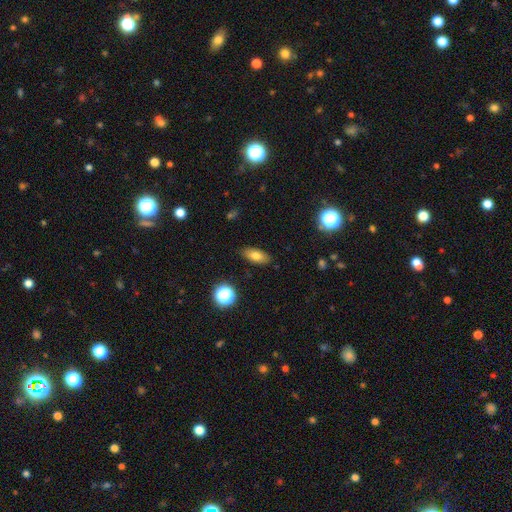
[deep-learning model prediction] A smooth galaxy with no disk features (75%) that is in between round and cigar-shaped (81%). Merging: none (87%).